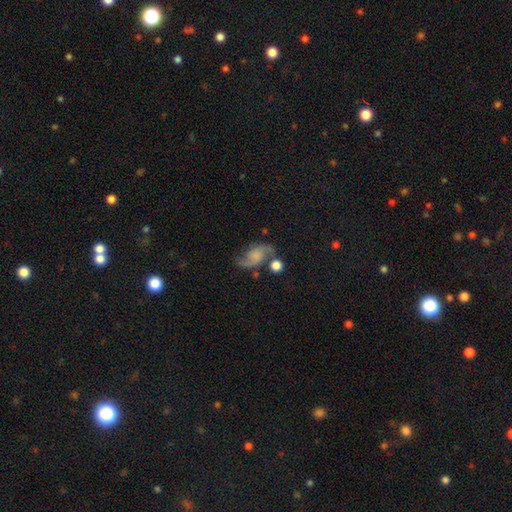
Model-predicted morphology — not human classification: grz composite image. It shows a featured or disk galaxy (76%) with no bar (67%), 2 (92%) loose (66%) spiral arms (95%) and no central bulge (46%). Merging: none (60%).